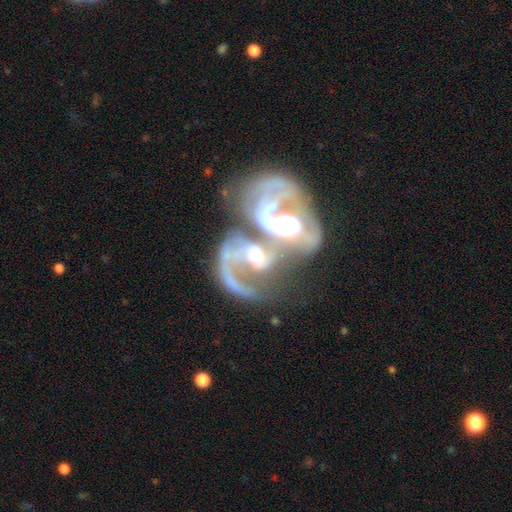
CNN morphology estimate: Smooth or featured? Predicted: featured or disk (p=0.81). Edge-on disk? Predicted: no (p=0.97). Bar? Predicted: no (p=0.50). Spiral arms? Predicted: yes (p=0.83). Spiral winding? Predicted: loose (p=0.40). Spiral arm count? Predicted: 2 (p=0.37). Bulge size? Predicted: moderate (p=0.61). Merging? Predicted: merger (p=0.80).